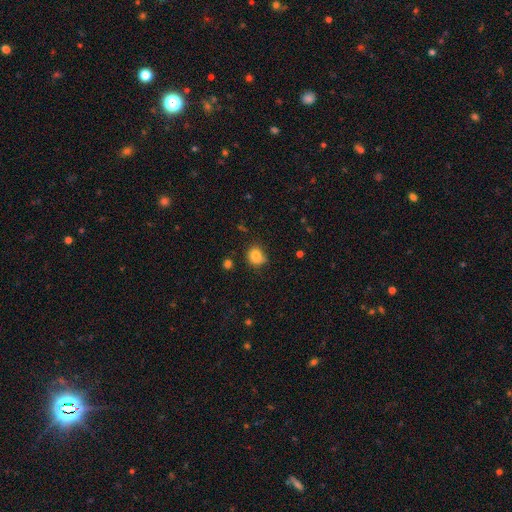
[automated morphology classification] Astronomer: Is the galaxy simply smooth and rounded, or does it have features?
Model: smooth — 83%.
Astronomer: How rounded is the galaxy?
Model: round — 77%.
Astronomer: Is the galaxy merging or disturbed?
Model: none — 68%.